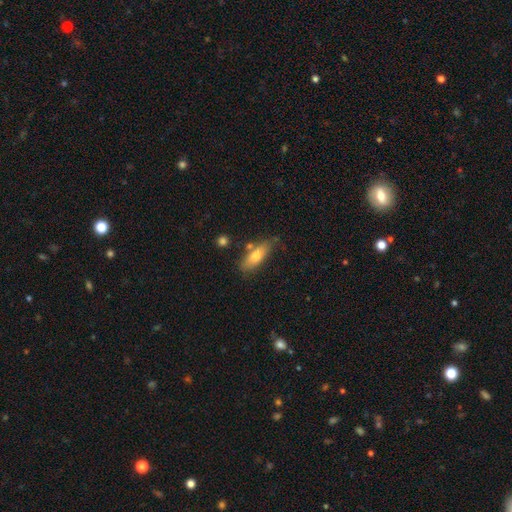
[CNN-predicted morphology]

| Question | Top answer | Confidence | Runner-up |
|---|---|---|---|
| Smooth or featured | smooth | 71% | featured or disk (23%) |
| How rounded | in between | 63% | cigar-shaped (34%) |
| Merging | none | 71% | minor disturbance (17%) |